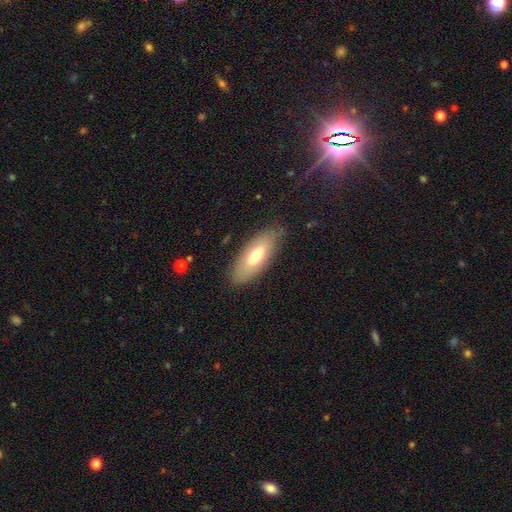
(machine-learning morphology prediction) Smooth or featured? Predicted: smooth (p=0.64). How rounded? Predicted: in between (p=0.77). Merging? Predicted: none (p=0.82).